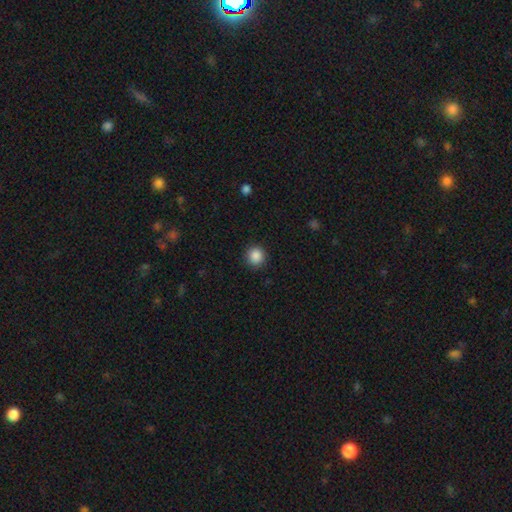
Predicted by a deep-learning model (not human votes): Q: Smooth or featured?
A: smooth (87%); runner-up: star or artifact (10%)
Q: How rounded?
A: round (93%); runner-up: in between (6%)
Q: Merging?
A: none (90%); runner-up: minor disturbance (6%)